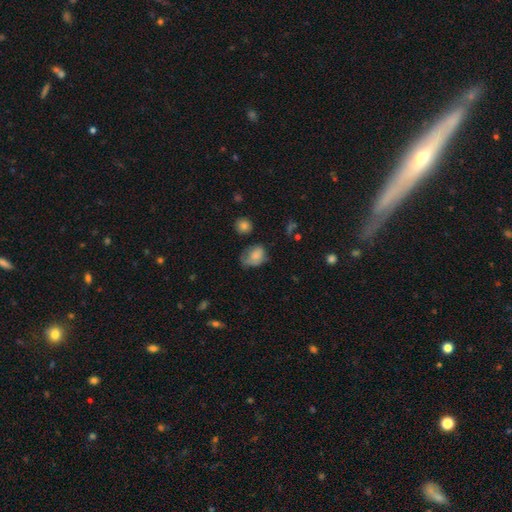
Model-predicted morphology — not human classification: Overall: smooth (73%). How rounded: in between (65%; round 34%). Merging: none (38%; minor disturbance 37%).